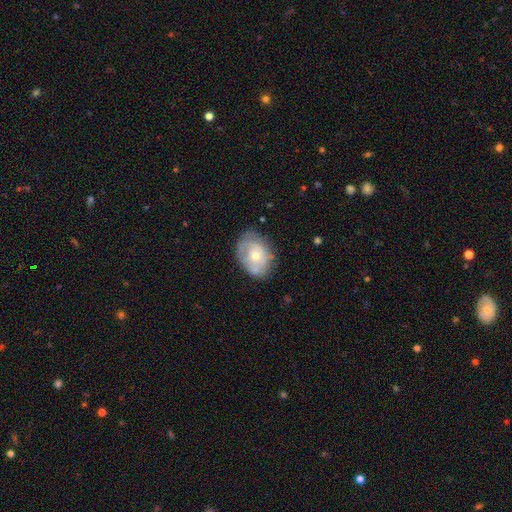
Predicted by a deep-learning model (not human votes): smooth_or_featured: featured or disk (p=0.53) [alt: smooth p=0.40]
disk_edge_on: no (p=0.96) [alt: yes p=0.04]
bar: no (p=0.82) [alt: weak p=0.15]
has_spiral_arms: yes (p=0.57) [alt: no p=0.43]
bulge_size: moderate (p=0.49) [alt: small p=0.45]
merging: none (p=0.66) [alt: minor disturbance p=0.24]